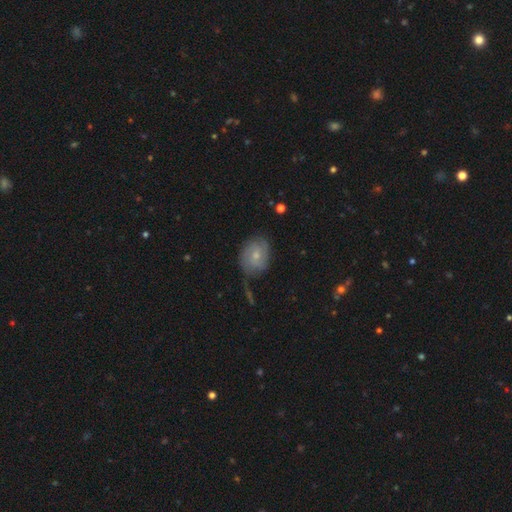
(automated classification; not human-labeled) smooth_or_featured: featured or disk (p=0.54) [alt: smooth p=0.39]
disk_edge_on: no (p=0.96) [alt: yes p=0.04]
bar: no (p=0.60) [alt: weak p=0.35]
has_spiral_arms: yes (p=0.83) [alt: no p=0.17]
bulge_size: small (p=0.49) [alt: moderate p=0.45]
merging: none (p=0.64) [alt: minor disturbance p=0.24]